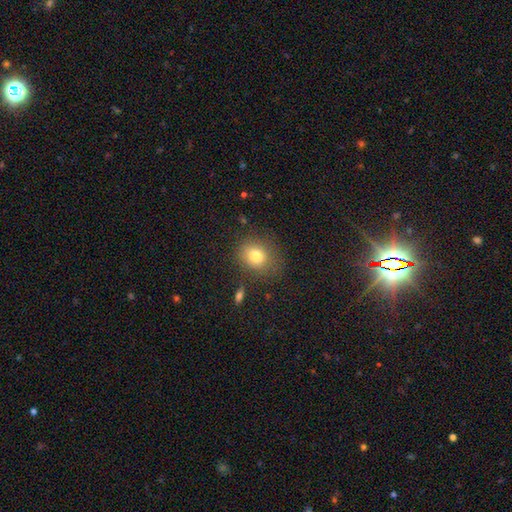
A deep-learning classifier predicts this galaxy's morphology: This is likely a smooth galaxy (79%). How rounded: likely round (68%). Merging: likely none (77%).